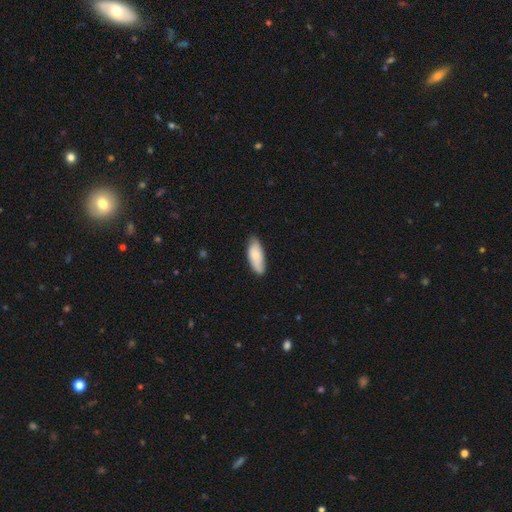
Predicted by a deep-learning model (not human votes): A smooth galaxy with no disk features (75%) that is in between round and cigar-shaped (76%).

Vote fractions:
- Smooth or featured? smooth: 75% / featured or disk: 19% / star or artifact: 6%
- How rounded? in between: 76% / cigar-shaped: 22% / round: 2%
- Merging? none: 74% / minor disturbance: 21% / major disturbance: 3% / merger: 1%